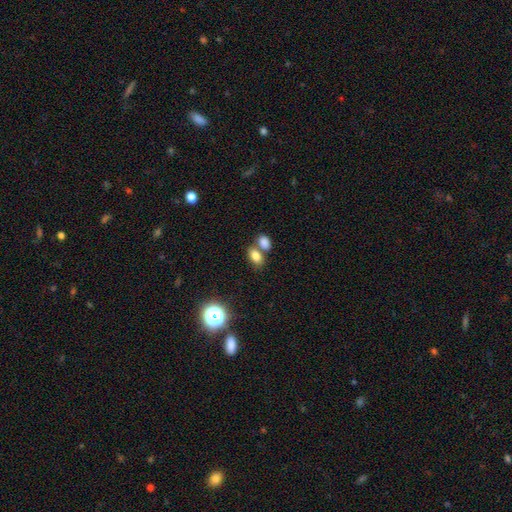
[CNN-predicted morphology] Q: Smooth or featured?
A: smooth (80%); runner-up: star or artifact (12%)
Q: How rounded?
A: in between (82%); runner-up: round (16%)
Q: Merging?
A: none (47%); runner-up: merger (40%)